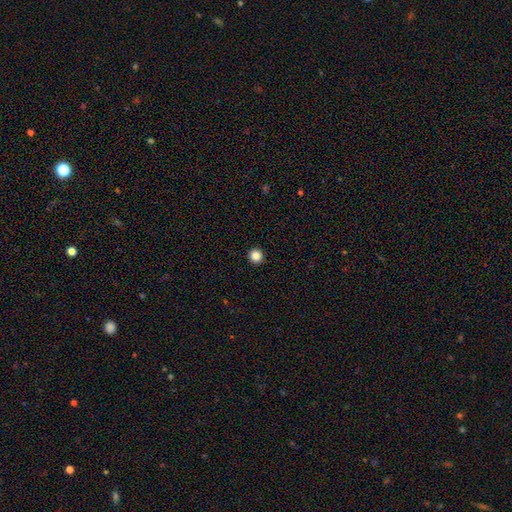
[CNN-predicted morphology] smooth_or_featured: smooth (p=0.86) [alt: star or artifact p=0.11]
how_rounded: round (p=0.96) [alt: in between p=0.03]
merging: none (p=0.94) [alt: minor disturbance p=0.03]